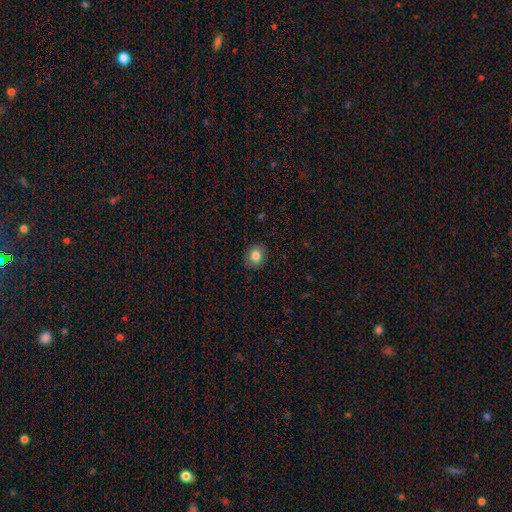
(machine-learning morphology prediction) type=smooth (83%); roundness=round (69%); merging=none (86%).